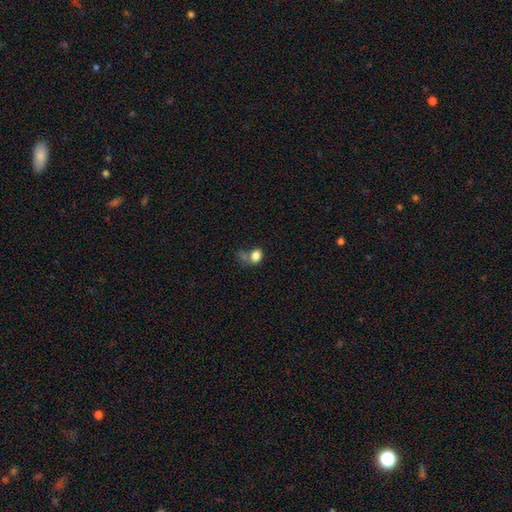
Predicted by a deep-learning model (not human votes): smooth 81%, star or artifact 11%, featured or disk 8%. Down the decision tree: how rounded — in between (59%); merging — none (35%).